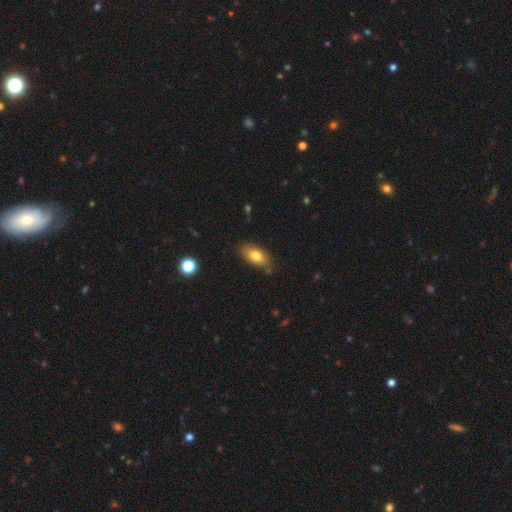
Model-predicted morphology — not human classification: smooth_or_featured: smooth (p=0.78) [alt: featured or disk p=0.14]
how_rounded: in between (p=0.88) [alt: cigar-shaped p=0.08]
merging: none (p=0.80) [alt: minor disturbance p=0.14]